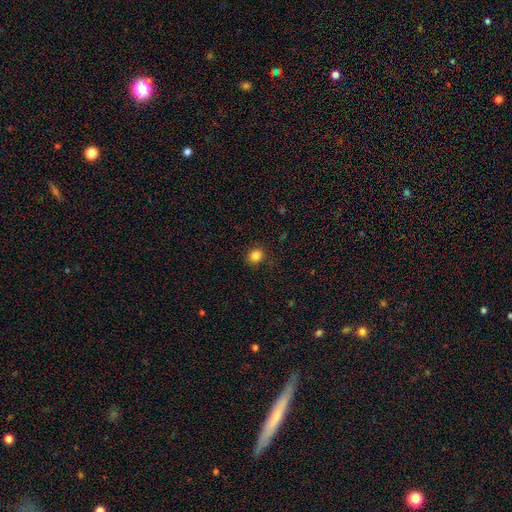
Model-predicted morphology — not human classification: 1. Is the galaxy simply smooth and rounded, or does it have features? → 84% smooth, 12% star or artifact, 4% featured or disk.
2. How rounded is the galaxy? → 78% round, 21% in between, 1% cigar-shaped.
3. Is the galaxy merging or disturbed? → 89% none, 8% minor disturbance, 2% major disturbance, 1% merger.